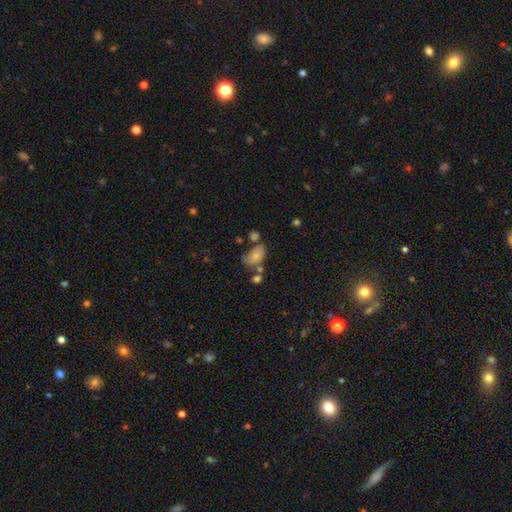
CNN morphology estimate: type=smooth (72%); roundness=in between (86%); merging=none (40%).